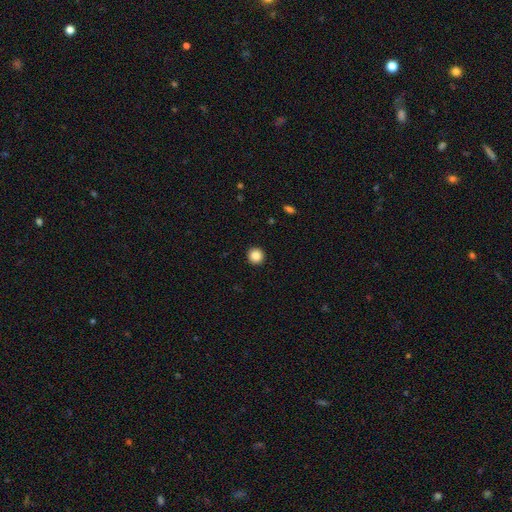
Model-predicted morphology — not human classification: This appears to be a smooth galaxy with no disk features (86%) that is round (95%). Merging: none (93%).